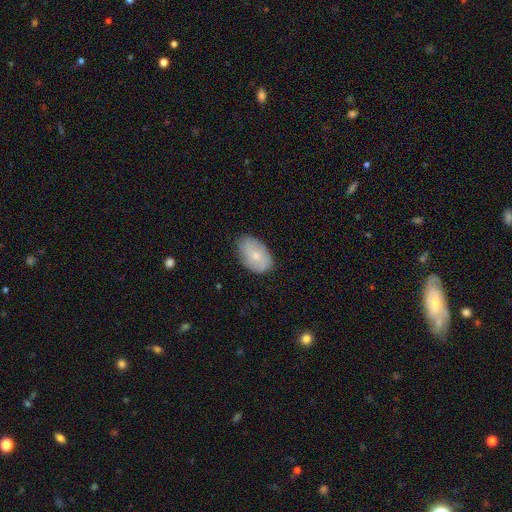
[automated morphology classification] Smooth or featured: smooth — 68% (featured or disk — 25%)
How rounded: in between — 90% (round — 9%)
Merging: none — 73% (minor disturbance — 22%)